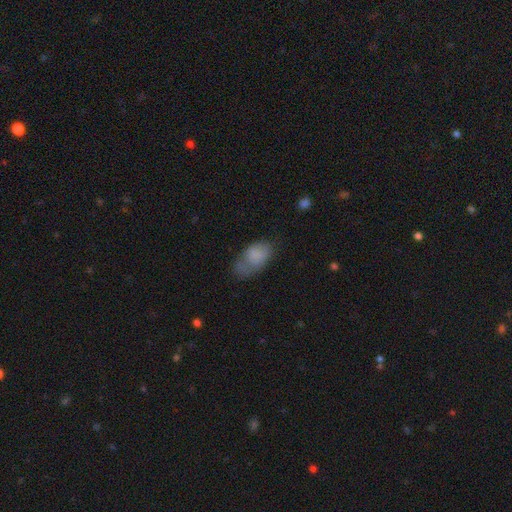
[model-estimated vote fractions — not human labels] A smooth galaxy with no disk features (75%) that is in between round and cigar-shaped (92%). Merging: none (45%).